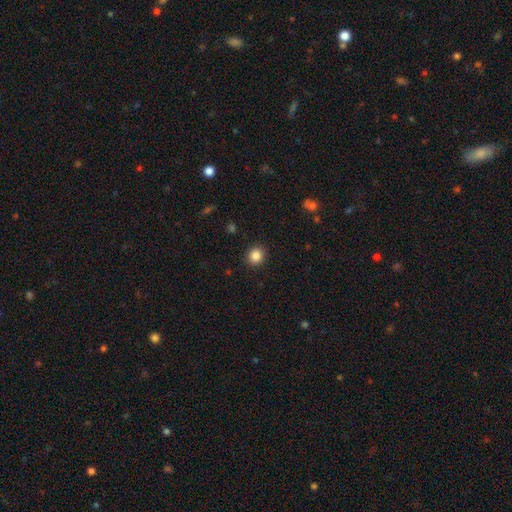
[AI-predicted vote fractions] Q: Smooth or featured?
A: smooth (86%); runner-up: star or artifact (10%)
Q: How rounded?
A: round (89%); runner-up: in between (10%)
Q: Merging?
A: none (92%); runner-up: minor disturbance (6%)